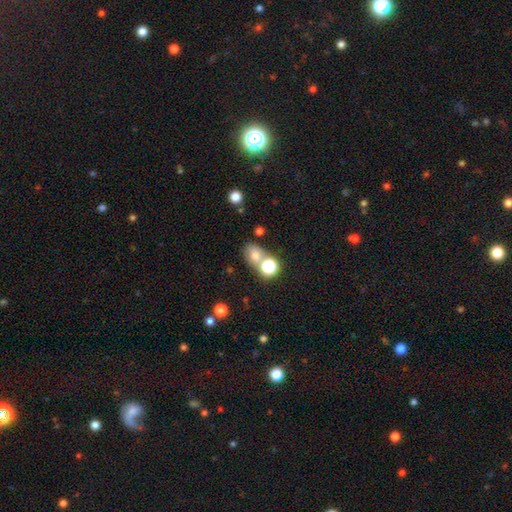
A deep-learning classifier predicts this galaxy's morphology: A smooth galaxy with no disk features (72%) that is in between round and cigar-shaped (55%). Merging: none (44%).